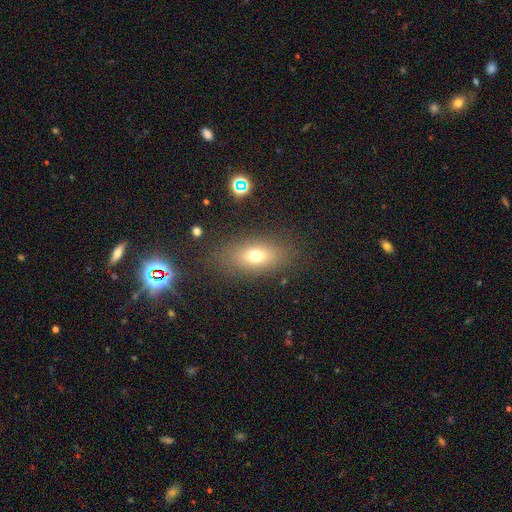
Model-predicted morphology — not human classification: smooth 70%, featured or disk 17%, star or artifact 13%. Down the decision tree: how rounded — in between (80%); merging — none (83%).